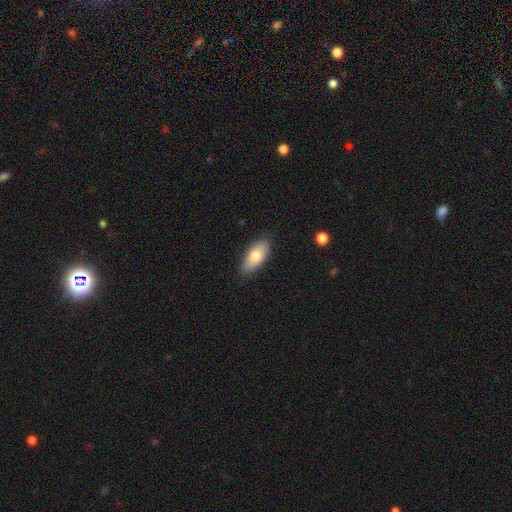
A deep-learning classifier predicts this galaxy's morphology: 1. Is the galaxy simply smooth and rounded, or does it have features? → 74% smooth, 20% featured or disk, 6% star or artifact.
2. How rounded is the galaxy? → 87% in between, 11% cigar-shaped, 3% round.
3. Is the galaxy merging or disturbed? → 85% none, 12% minor disturbance, 2% major disturbance, 1% merger.